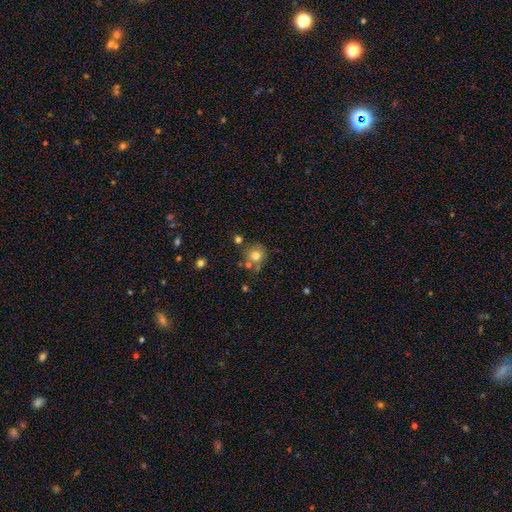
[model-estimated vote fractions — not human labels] Smooth or featured?
  - smooth: 76% *
  - star or artifact: 12%
  - featured or disk: 12%
How rounded?
  - round: 87% *
  - in between: 13%
  - cigar-shaped: 1%
Merging?
  - none: 61% *
  - merger: 17%
  - minor disturbance: 15%
  - major disturbance: 6%